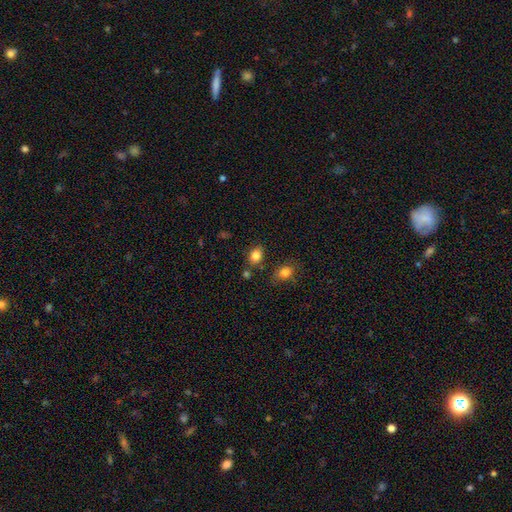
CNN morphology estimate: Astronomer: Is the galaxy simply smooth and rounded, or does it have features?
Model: smooth — 83%.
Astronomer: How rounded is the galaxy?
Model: in between — 65%.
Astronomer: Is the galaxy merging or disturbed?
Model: none — 76%.